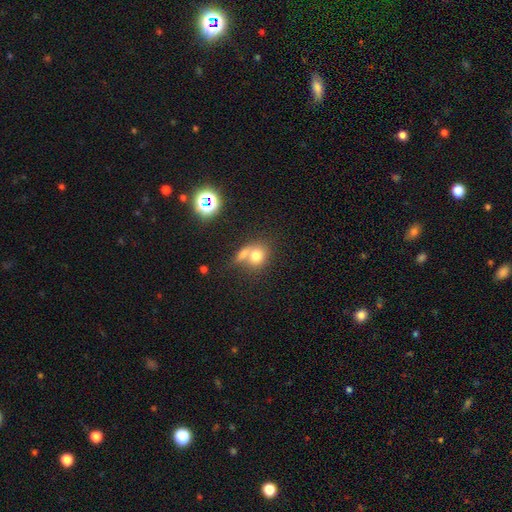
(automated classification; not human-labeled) Smooth or featured? Predicted: smooth (p=0.72). How rounded? Predicted: round (p=0.66). Merging? Predicted: merger (p=0.48).